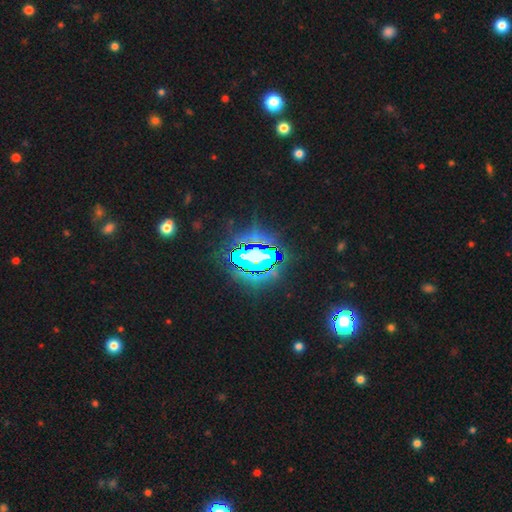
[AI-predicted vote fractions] smooth-or-featured: star or artifact: 67% | smooth: 17% | featured or disk: 16%